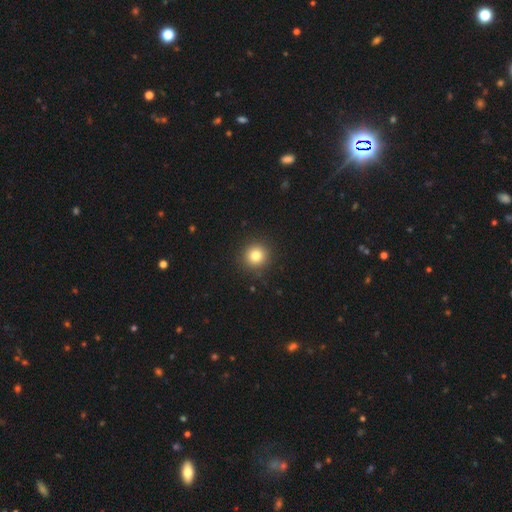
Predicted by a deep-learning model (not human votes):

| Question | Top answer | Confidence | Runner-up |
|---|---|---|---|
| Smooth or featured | smooth | 81% | star or artifact (12%) |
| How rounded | round | 94% | in between (5%) |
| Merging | none | 91% | minor disturbance (6%) |